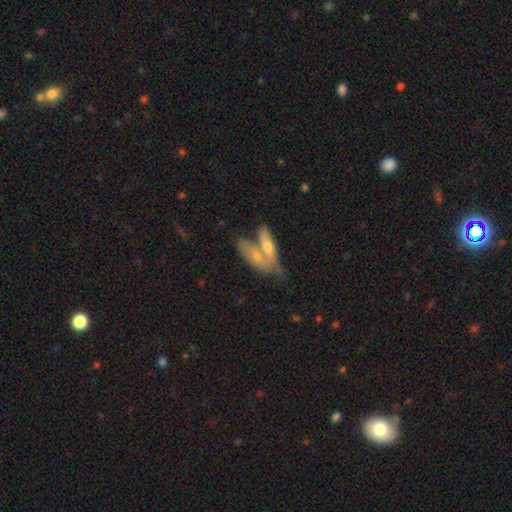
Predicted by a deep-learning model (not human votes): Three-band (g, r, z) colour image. It shows a smooth galaxy with no disk features (61%) that is in between round and cigar-shaped (67%). Merging: merger (59%).